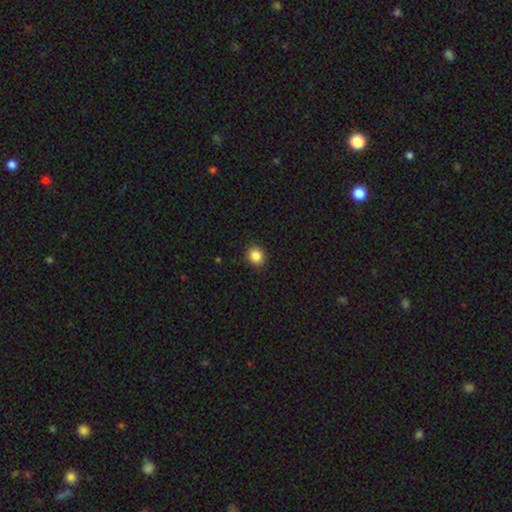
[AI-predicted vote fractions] Smooth or featured? smooth (87%)
How rounded? round (76%)
Merging? none (90%)